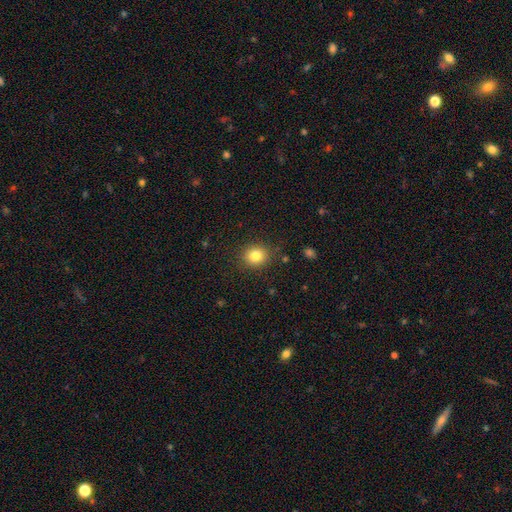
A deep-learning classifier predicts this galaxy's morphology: Smooth or featured? smooth (81%)
How rounded? round (79%)
Merging? none (87%)